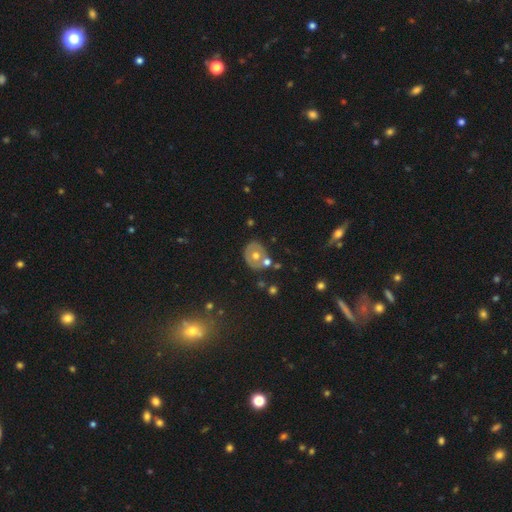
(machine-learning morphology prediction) A featured or disk galaxy (46%).

Vote fractions:
- Smooth or featured? featured or disk: 46% / smooth: 45% / star or artifact: 9%
- Merging? none: 67% / minor disturbance: 17% / merger: 11% / major disturbance: 5%